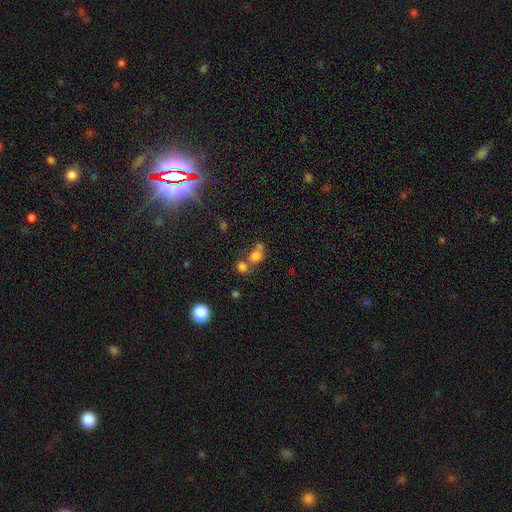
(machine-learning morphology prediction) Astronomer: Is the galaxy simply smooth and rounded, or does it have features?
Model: smooth — 71%.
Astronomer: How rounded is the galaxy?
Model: round — 61% (runner-up: in between, 38%).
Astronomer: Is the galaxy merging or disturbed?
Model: merger — 47% (runner-up: none, 36%).